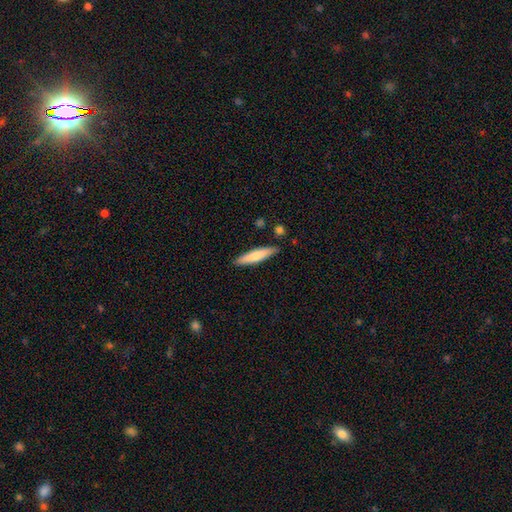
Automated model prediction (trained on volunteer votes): Morphology: type=smooth (68%); roundness=cigar-shaped (83%); merging=none (86%).